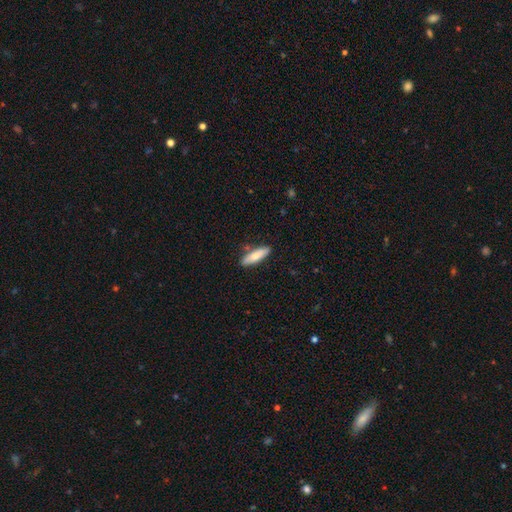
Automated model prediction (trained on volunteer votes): Smooth or featured? Predicted: smooth (p=0.74). How rounded? Predicted: cigar-shaped (p=0.55). Merging? Predicted: none (p=0.82).